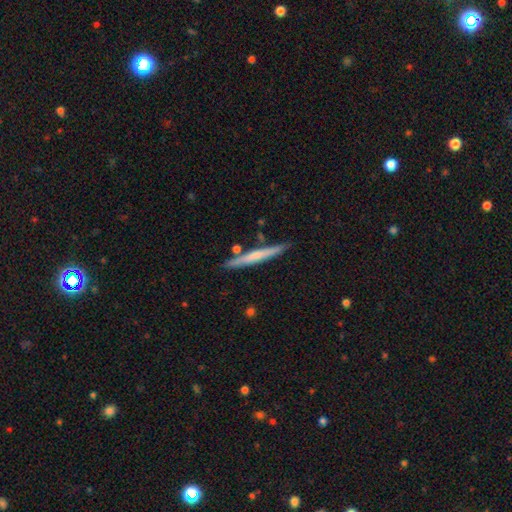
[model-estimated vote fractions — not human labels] Smooth or featured? Predicted: smooth (p=0.50). Merging? Predicted: none (p=0.83).